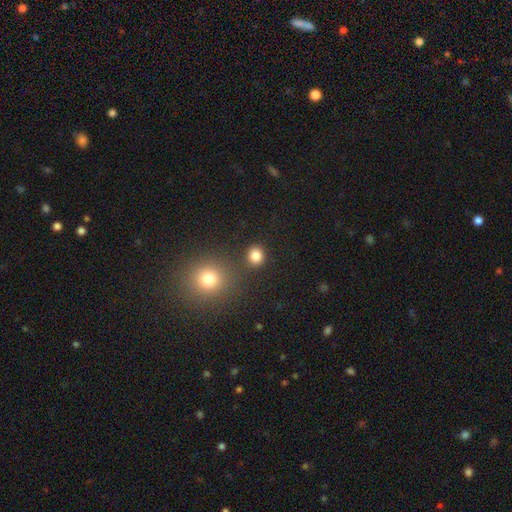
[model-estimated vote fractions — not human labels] Smooth or featured?
  - smooth: 83% *
  - star or artifact: 13%
  - featured or disk: 4%
How rounded?
  - round: 82% *
  - in between: 18%
  - cigar-shaped: 1%
Merging?
  - none: 83% *
  - minor disturbance: 8%
  - merger: 6%
  - major disturbance: 3%